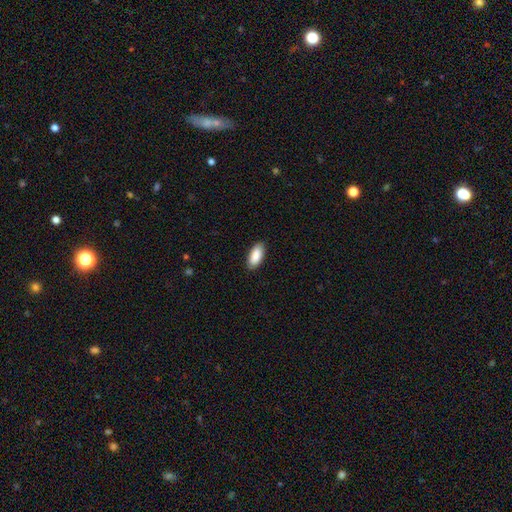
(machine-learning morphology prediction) Overall: smooth (90%). How rounded: in between (90%). Merging: none (89%).